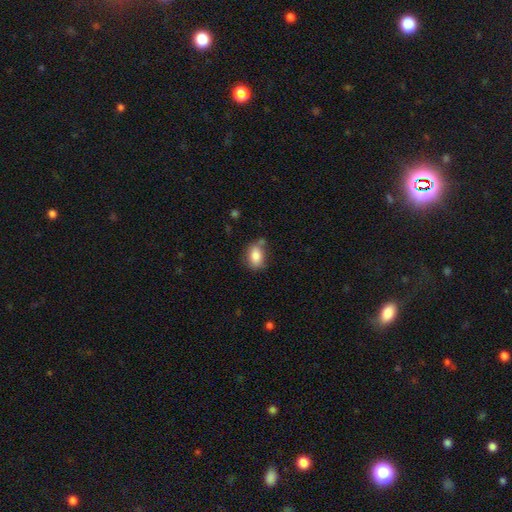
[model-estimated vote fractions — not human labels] Smooth or featured: smooth — 84% (featured or disk — 8%)
How rounded: in between — 83% (round — 15%)
Merging: none — 65% (minor disturbance — 22%)